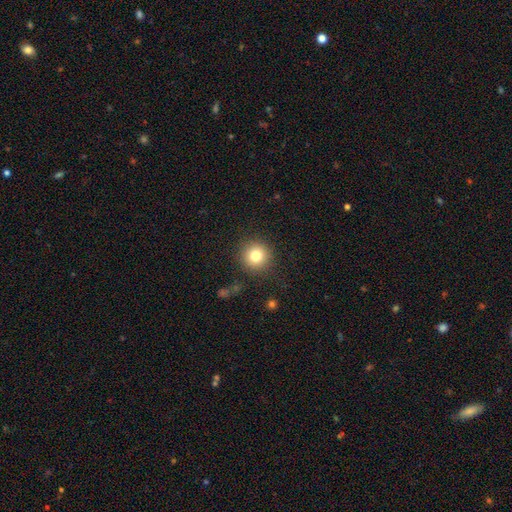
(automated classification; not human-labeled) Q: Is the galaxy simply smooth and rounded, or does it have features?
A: smooth — 80%.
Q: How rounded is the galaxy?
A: round — 94%.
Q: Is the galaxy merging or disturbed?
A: none — 88%.